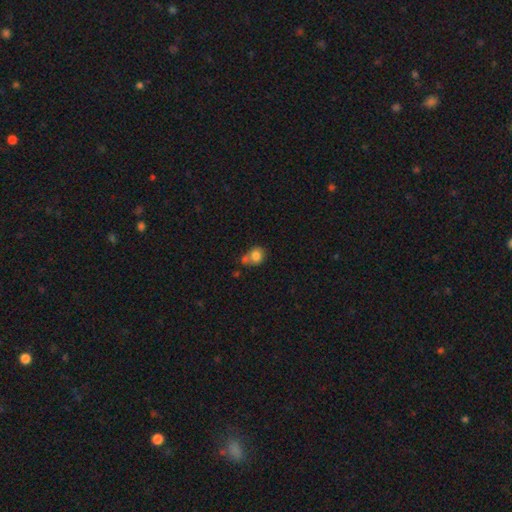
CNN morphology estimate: Smooth or featured?
  - smooth: 81% *
  - star or artifact: 10%
  - featured or disk: 10%
How rounded?
  - round: 64% *
  - in between: 35%
  - cigar-shaped: 1%
Merging?
  - none: 42% *
  - merger: 33%
  - minor disturbance: 18%
  - major disturbance: 7%